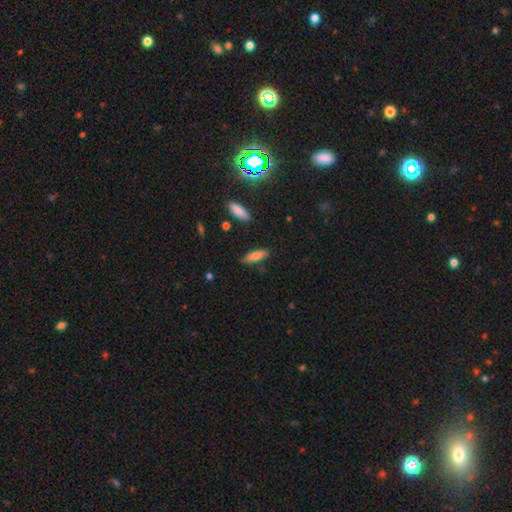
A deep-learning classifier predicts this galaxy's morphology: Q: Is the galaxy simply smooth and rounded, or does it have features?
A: smooth — 77%.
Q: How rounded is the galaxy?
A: in between — 56%.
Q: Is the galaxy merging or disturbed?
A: none — 79%.